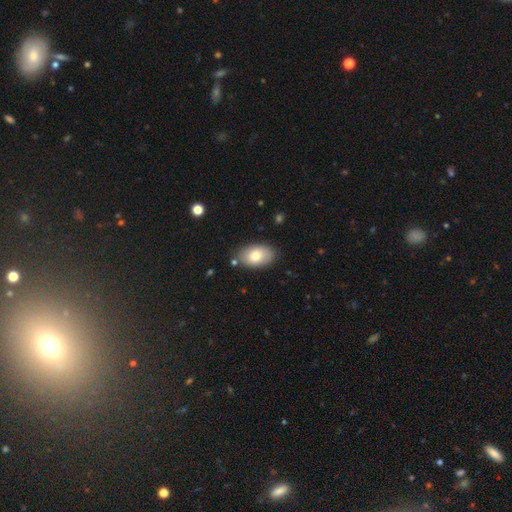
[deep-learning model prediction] This is likely a smooth galaxy (77%). How rounded: clearly in between (92%). Merging: clearly none (82%).